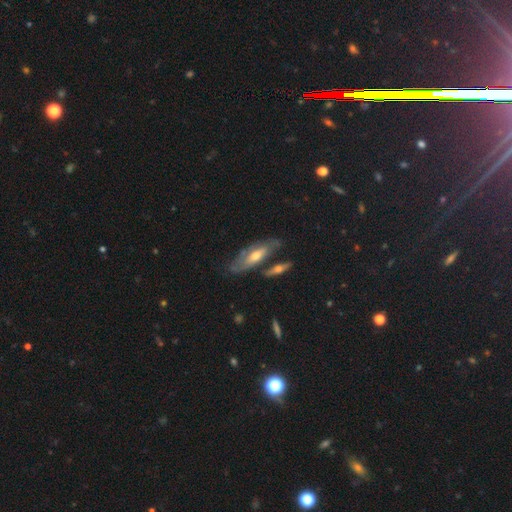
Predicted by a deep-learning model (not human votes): Overall: featured or disk (57%; smooth 37%). Edge-on disk: no (63%; yes 37%). Merging: none (59%; minor disturbance 20%).